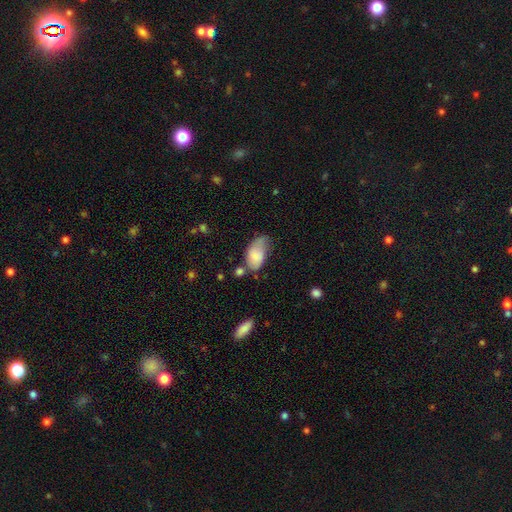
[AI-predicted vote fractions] A smooth galaxy with no disk features (77%) that is in between round and cigar-shaped (93%).

Vote fractions:
- Smooth or featured? smooth: 77% / featured or disk: 16% / star or artifact: 7%
- How rounded? in between: 93% / round: 5% / cigar-shaped: 2%
- Merging? minor disturbance: 40% / none: 33% / major disturbance: 18% / merger: 9%